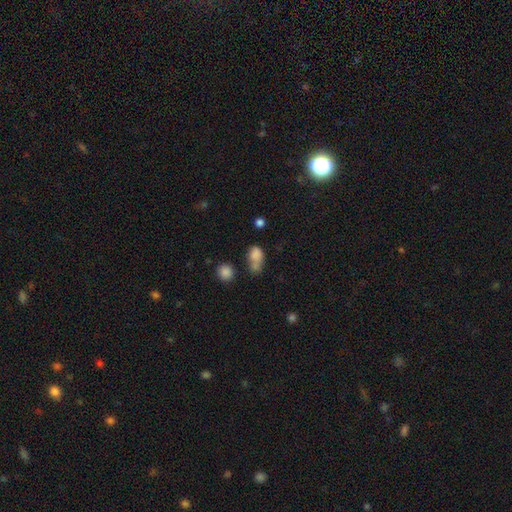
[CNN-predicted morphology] Smooth or featured: smooth — 78% (star or artifact — 12%)
How rounded: in between — 72% (round — 25%)
Merging: merger — 40% (none — 29%)